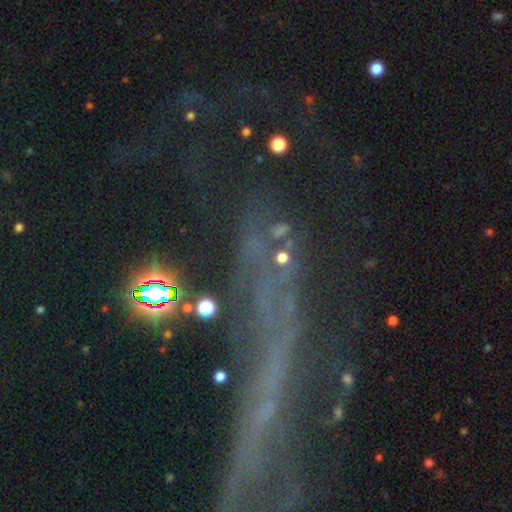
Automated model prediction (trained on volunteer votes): This appears to be a star or artifact, not a galaxy (59%).